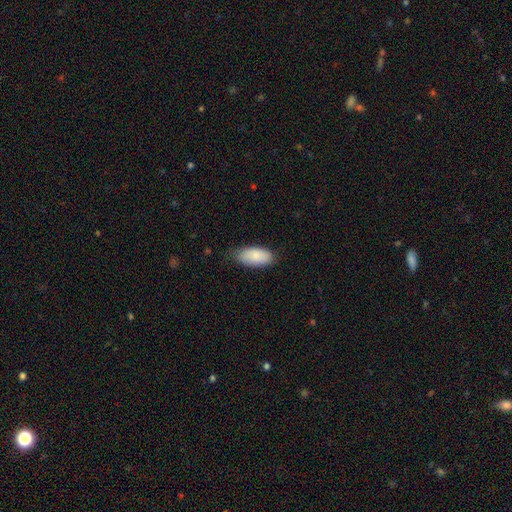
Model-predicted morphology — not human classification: Q: Smooth or featured?
A: smooth (84%); runner-up: featured or disk (9%)
Q: How rounded?
A: in between (91%); runner-up: cigar-shaped (7%)
Q: Merging?
A: none (73%); runner-up: minor disturbance (23%)